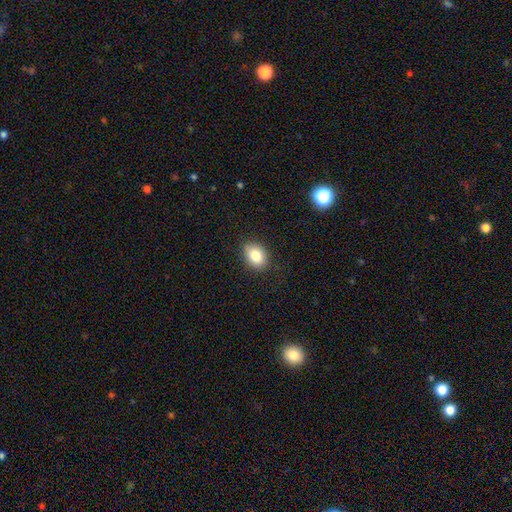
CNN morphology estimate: Smooth or featured? Predicted: smooth (p=0.83). How rounded? Predicted: in between (p=0.69). Merging? Predicted: none (p=0.83).